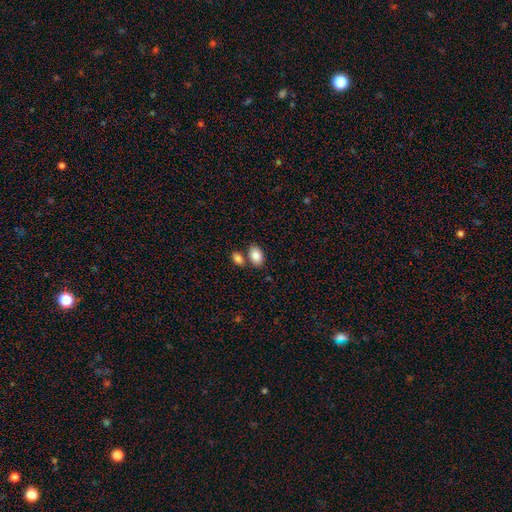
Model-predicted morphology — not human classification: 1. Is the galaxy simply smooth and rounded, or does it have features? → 87% smooth, 7% star or artifact, 7% featured or disk.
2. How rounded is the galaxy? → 88% in between, 10% round, 1% cigar-shaped.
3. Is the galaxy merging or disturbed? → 62% none, 24% merger, 11% minor disturbance, 3% major disturbance.